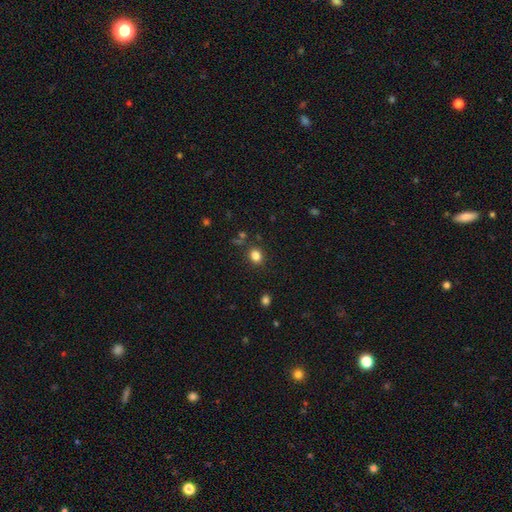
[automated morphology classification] This appears to be a smooth galaxy with no disk features (83%) that is round (61%). Merging: none (84%).